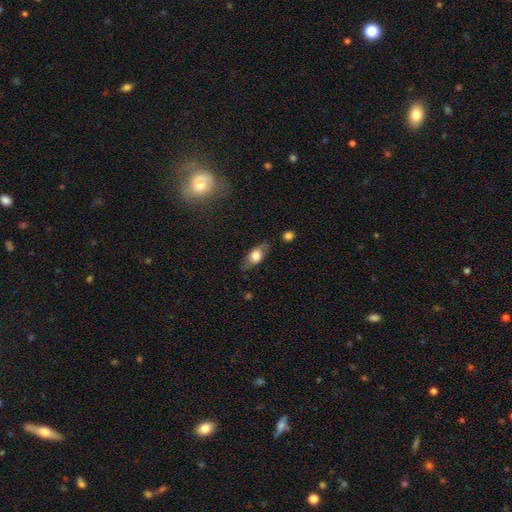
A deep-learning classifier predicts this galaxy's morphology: This is likely a smooth galaxy (64%). How rounded: likely in between (79%). Merging: likely none (76%).